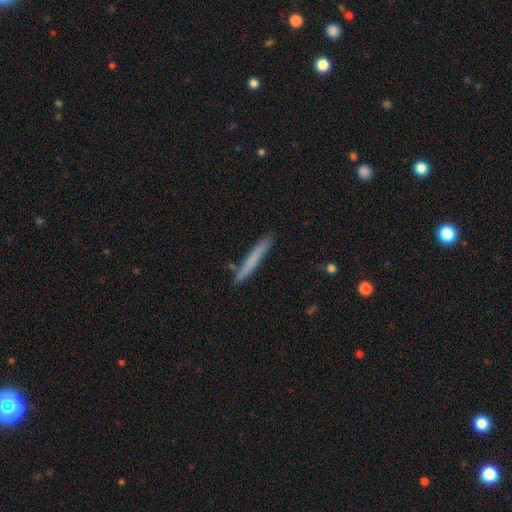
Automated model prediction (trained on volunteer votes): Smooth or featured?
  - smooth: 66% *
  - featured or disk: 28%
  - star or artifact: 6%
How rounded?
  - cigar-shaped: 96% *
  - in between: 2%
  - round: 1%
Merging?
  - none: 86% *
  - minor disturbance: 10%
  - merger: 2%
  - major disturbance: 2%